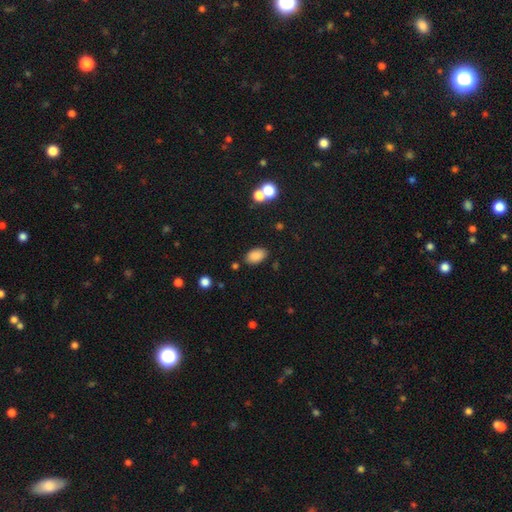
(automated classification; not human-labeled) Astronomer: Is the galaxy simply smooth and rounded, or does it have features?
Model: smooth — 86%.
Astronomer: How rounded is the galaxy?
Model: in between — 92%.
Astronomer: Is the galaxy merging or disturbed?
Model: none — 84%.